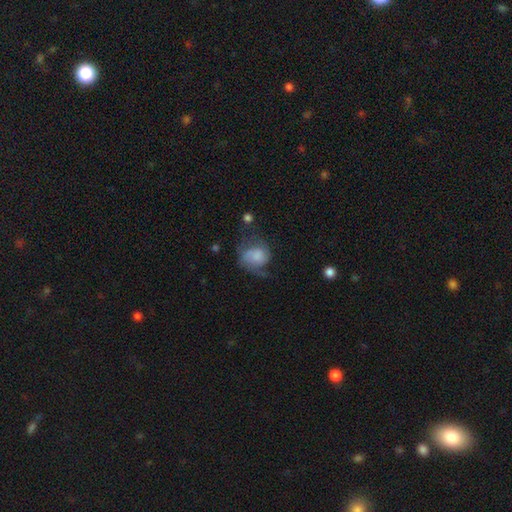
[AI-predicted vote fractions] Overall: smooth (51%; featured or disk 41%). How rounded: round (64%; in between 35%). Merging: none (34%, tied with major disturbance).